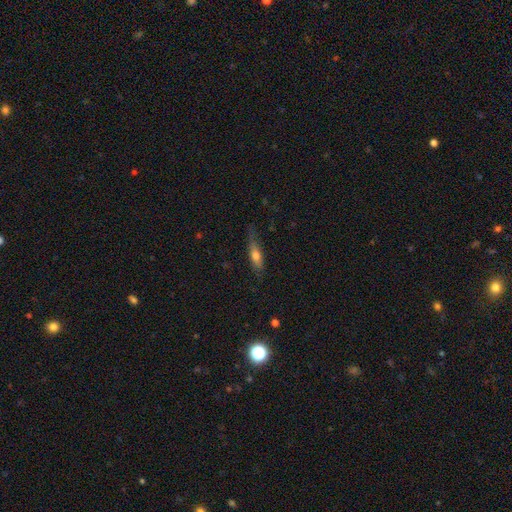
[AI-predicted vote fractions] Q: Smooth or featured?
A: smooth (60%); runner-up: featured or disk (33%)
Q: How rounded?
A: cigar-shaped (64%); runner-up: in between (34%)
Q: Merging?
A: none (65%); runner-up: minor disturbance (25%)